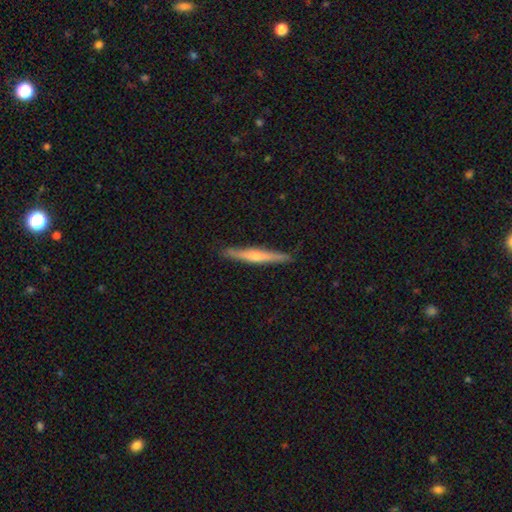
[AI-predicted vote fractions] Smooth or featured?
  - featured or disk: 55% *
  - smooth: 39%
  - star or artifact: 6%
Edge-on disk?
  - yes: 97% *
  - no: 3%
Edge-on bulge?
  - rounded: 65% *
  - none: 27%
  - boxy: 8%
Merging?
  - none: 89% *
  - minor disturbance: 8%
  - major disturbance: 2%
  - merger: 1%